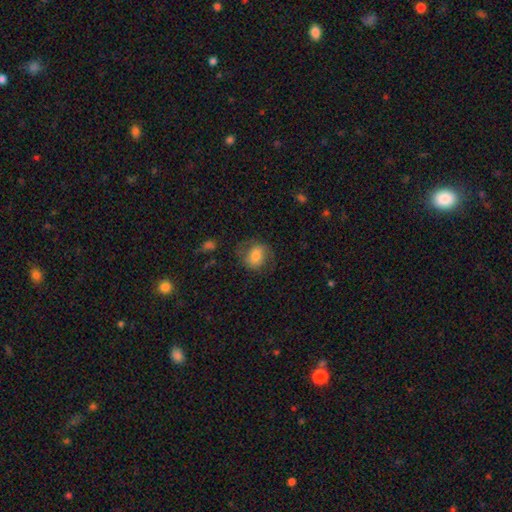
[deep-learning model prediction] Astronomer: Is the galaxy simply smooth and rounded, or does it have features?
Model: smooth — 63%.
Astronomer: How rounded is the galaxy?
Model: round — 61% (runner-up: in between, 38%).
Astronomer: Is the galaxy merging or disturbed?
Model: none — 62%.